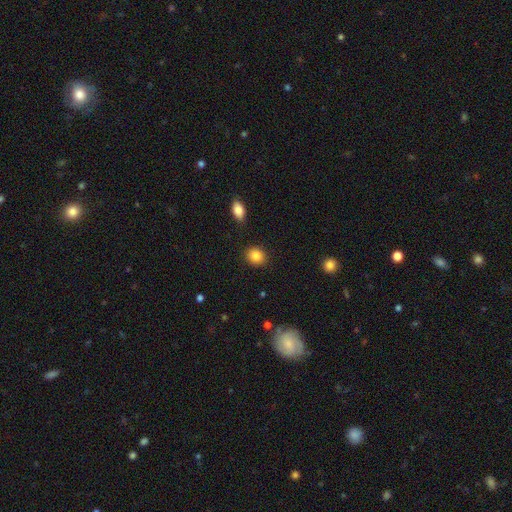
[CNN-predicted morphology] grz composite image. It shows a smooth galaxy with no disk features (86%) that is round (67%). Merging: none (89%).